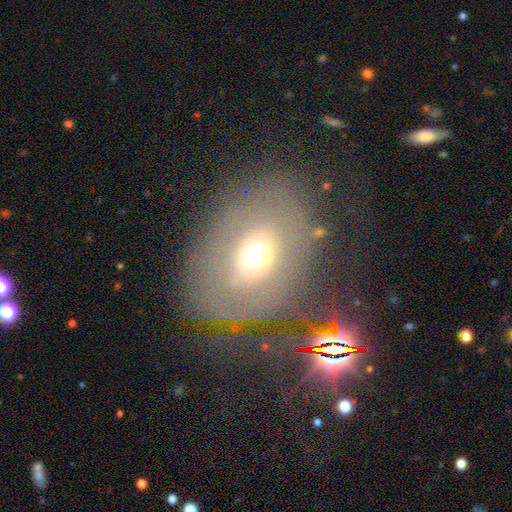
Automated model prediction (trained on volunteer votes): A smooth galaxy with no disk features (46%).

Vote fractions:
- Smooth or featured? smooth: 46% / featured or disk: 39% / star or artifact: 15%
- Merging? none: 57% / major disturbance: 18% / minor disturbance: 17% / merger: 7%